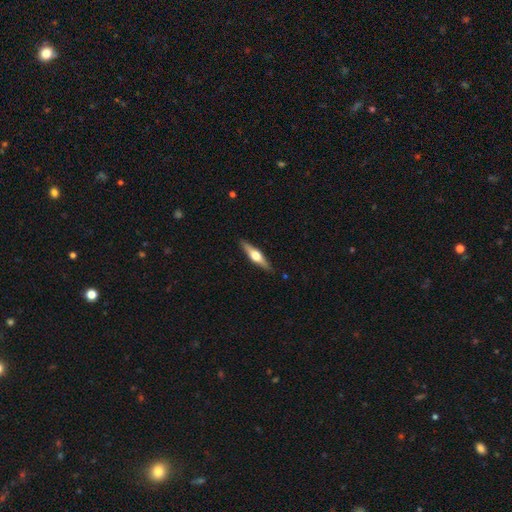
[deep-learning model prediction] smooth_or_featured: featured or disk (p=0.64) [alt: smooth p=0.30]
disk_edge_on: yes (p=0.96) [alt: no p=0.04]
edge_on_bulge: rounded (p=0.93) [alt: boxy p=0.05]
merging: none (p=0.89) [alt: minor disturbance p=0.09]